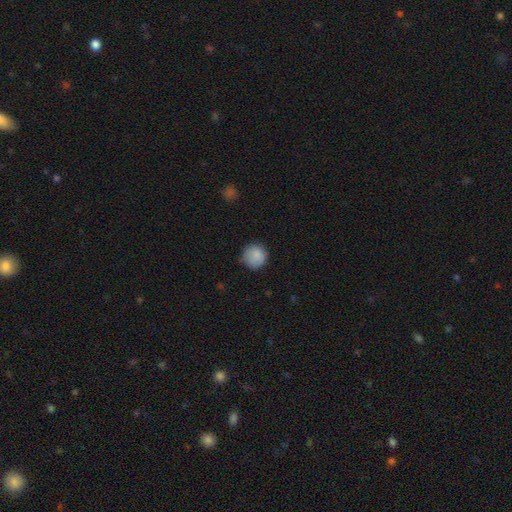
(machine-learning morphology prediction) Q: Smooth or featured?
A: smooth (87%); runner-up: star or artifact (8%)
Q: How rounded?
A: round (94%); runner-up: in between (5%)
Q: Merging?
A: none (80%); runner-up: minor disturbance (16%)